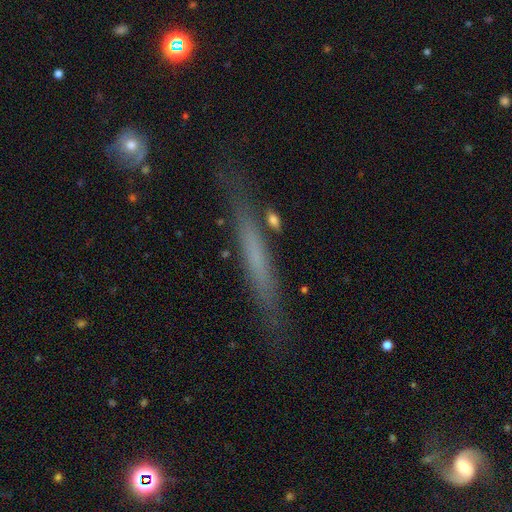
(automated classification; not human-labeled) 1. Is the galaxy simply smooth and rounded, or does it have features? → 47% featured or disk, 43% smooth, 9% star or artifact.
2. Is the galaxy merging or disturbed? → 80% none, 14% minor disturbance, 4% major disturbance, 2% merger.